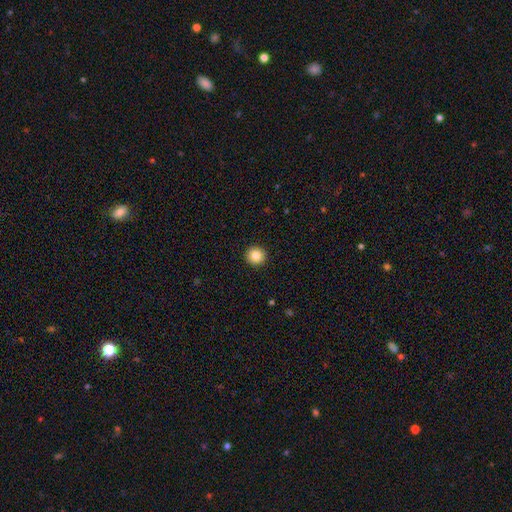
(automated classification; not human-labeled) Overall: smooth (84%). How rounded: round (95%). Merging: none (93%).